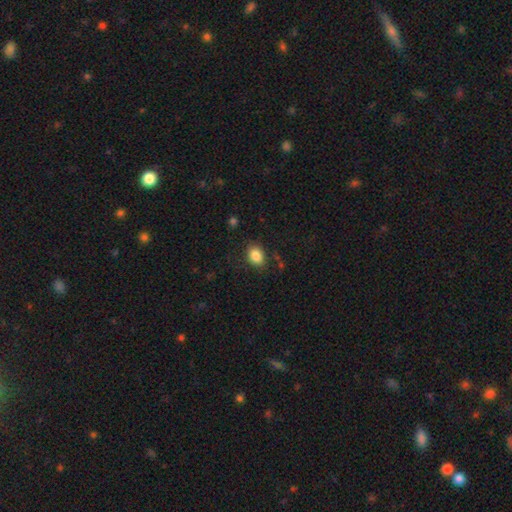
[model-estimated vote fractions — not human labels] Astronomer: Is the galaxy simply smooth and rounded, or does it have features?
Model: smooth — 86%.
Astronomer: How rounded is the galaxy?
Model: in between — 77%.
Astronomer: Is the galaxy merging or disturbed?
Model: none — 81%.